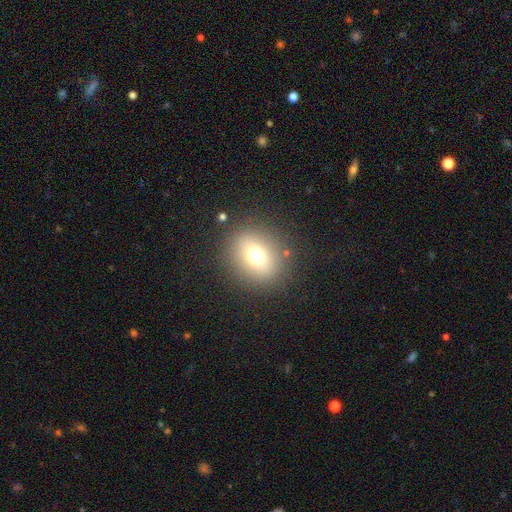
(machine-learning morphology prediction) This appears to be a smooth galaxy with no disk features (69%) that is round (71%). Merging: none (86%).